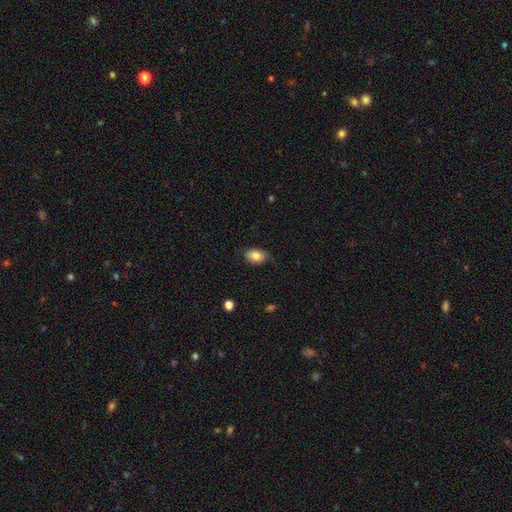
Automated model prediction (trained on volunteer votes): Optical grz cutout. It shows a smooth galaxy with no disk features (83%) that is in between round and cigar-shaped (84%). Merging: none (76%).